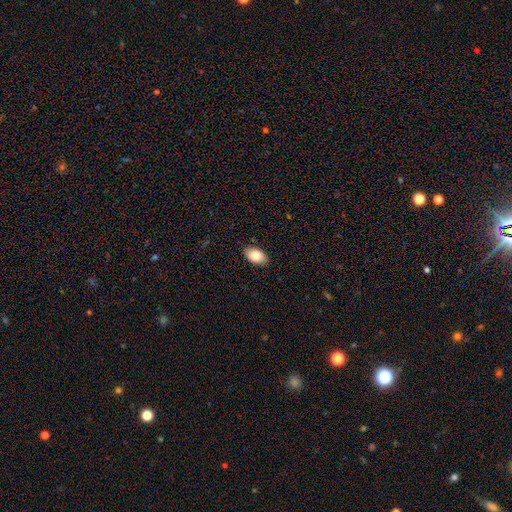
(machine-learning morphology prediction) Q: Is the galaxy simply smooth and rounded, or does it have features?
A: smooth — 82%.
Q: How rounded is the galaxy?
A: in between — 91%.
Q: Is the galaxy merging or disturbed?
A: none — 86%.